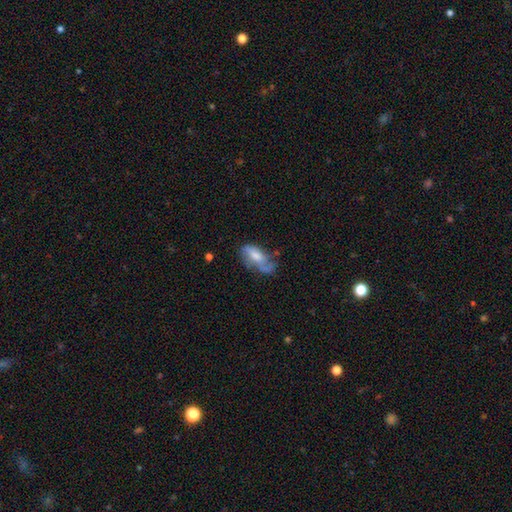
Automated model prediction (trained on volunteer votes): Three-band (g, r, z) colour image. It shows a featured or disk galaxy (53%). Merging: none (43%).